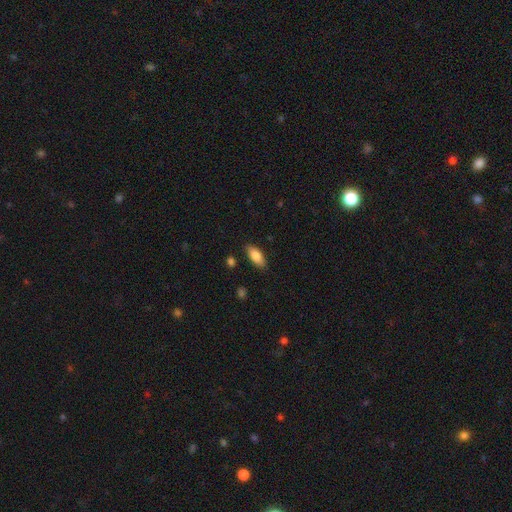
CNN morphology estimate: smooth 86%, featured or disk 8%, star or artifact 7%. Down the decision tree: how rounded — in between (84%); merging — none (85%).